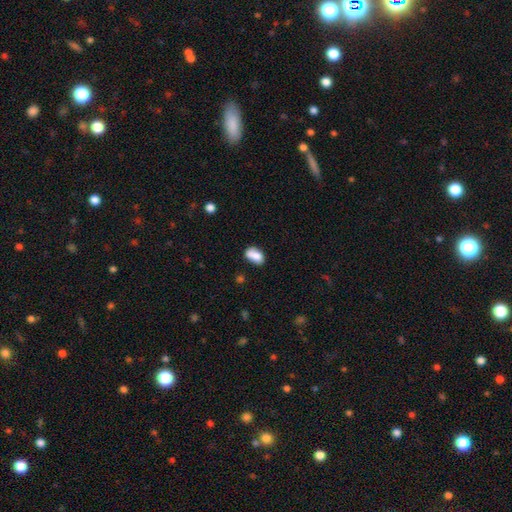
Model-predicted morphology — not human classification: Smooth or featured? smooth (76%)
How rounded? in between (83%)
Merging? none (40%)